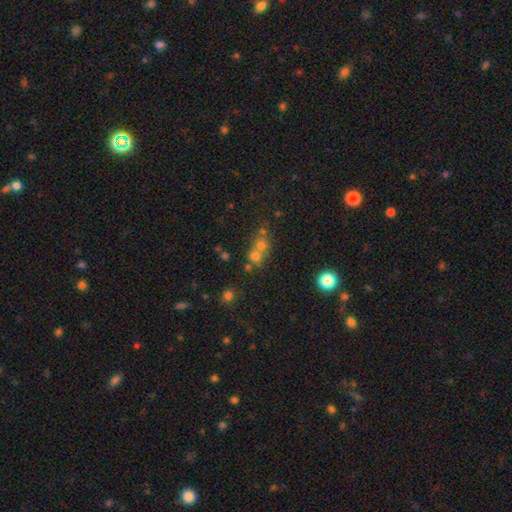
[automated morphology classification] A smooth galaxy with no disk features (59%) that is round (79%).

Vote fractions:
- Smooth or featured? smooth: 59% / star or artifact: 23% / featured or disk: 18%
- How rounded? round: 79% / in between: 19% / cigar-shaped: 1%
- Merging? merger: 51% / none: 37% / minor disturbance: 7% / major disturbance: 4%